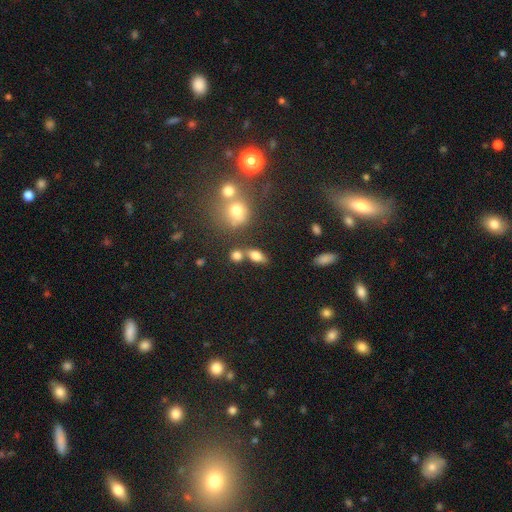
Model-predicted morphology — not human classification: smooth_or_featured: smooth (p=0.72) [alt: featured or disk p=0.17]
how_rounded: in between (p=0.80) [alt: round p=0.11]
merging: none (p=0.59) [alt: merger p=0.23]